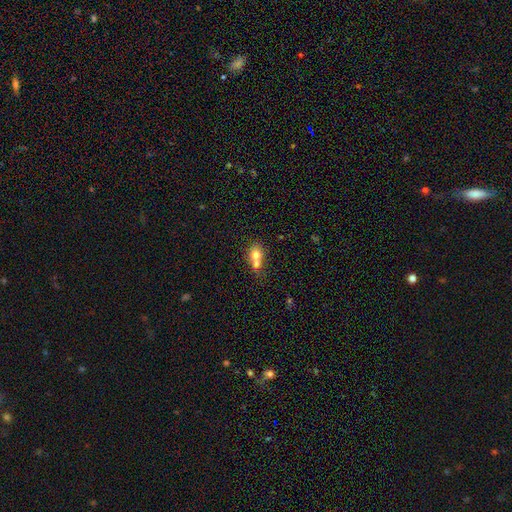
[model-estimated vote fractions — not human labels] smooth 71%, featured or disk 19%, star or artifact 10%. Down the decision tree: how rounded — round (54%); merging — merger (63%).